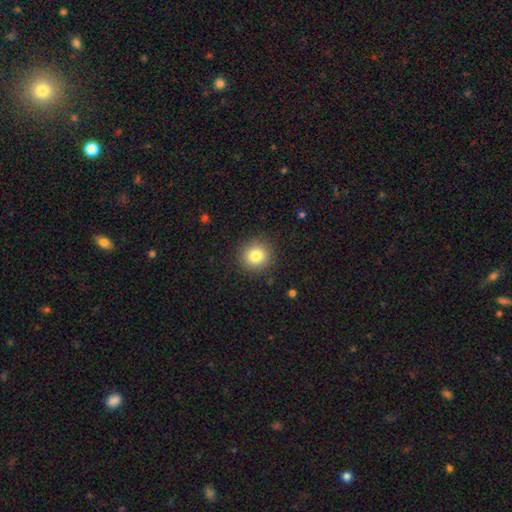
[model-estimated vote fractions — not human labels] The model was most divided on "smooth or featured": smooth: 82%, star or artifact: 11%, featured or disk: 8%. More confident: how rounded — round (91%); merging — none (90%).